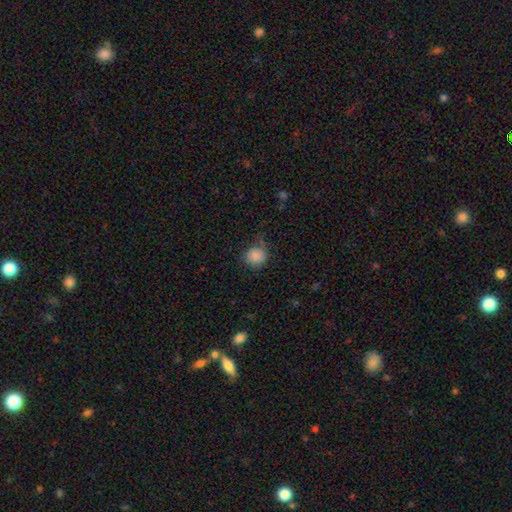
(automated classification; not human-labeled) Morphology: type=smooth (86%); roundness=round (86%); merging=none (68%).